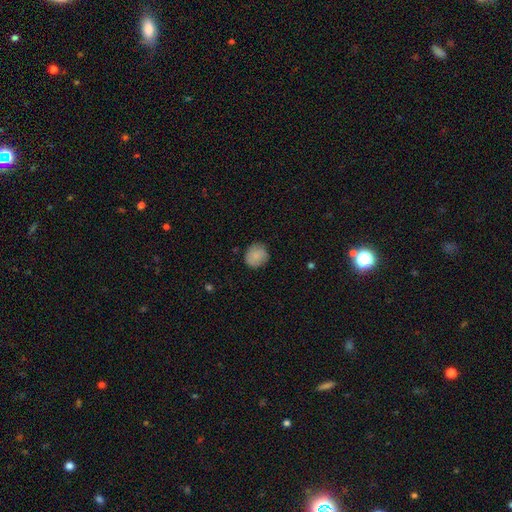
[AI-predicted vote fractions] Smooth or featured: smooth — 83% (featured or disk — 10%)
How rounded: round — 86% (in between — 13%)
Merging: none — 82% (minor disturbance — 14%)